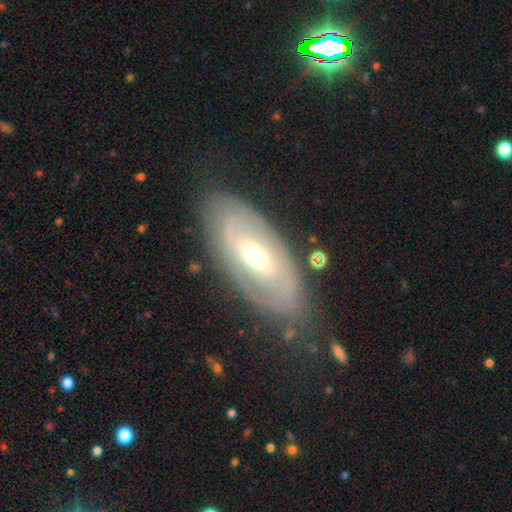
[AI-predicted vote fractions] Smooth or featured? Predicted: featured or disk (p=0.71). Edge-on disk? Predicted: no (p=0.89). Bar? Predicted: no (p=0.41, tied with weak). Spiral arms? Predicted: yes (p=0.60). Bulge size? Predicted: moderate (p=0.66). Merging? Predicted: none (p=0.75).